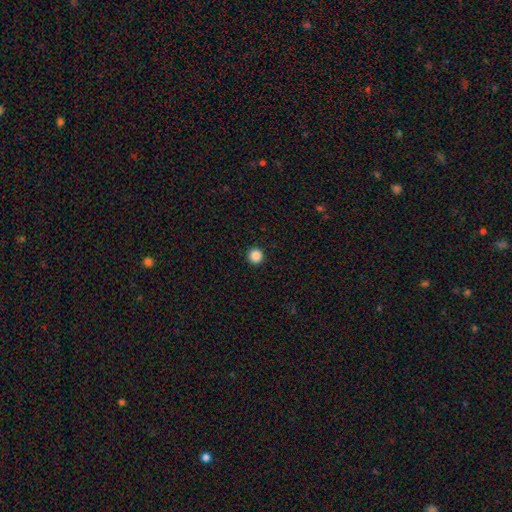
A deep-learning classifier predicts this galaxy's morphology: Smooth or featured? smooth (87%)
How rounded? round (96%)
Merging? none (94%)